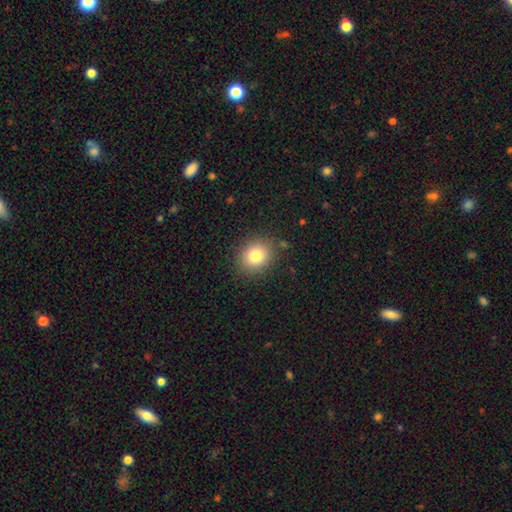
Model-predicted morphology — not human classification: smooth_or_featured: smooth (p=0.80) [alt: star or artifact p=0.11]
how_rounded: round (p=0.68) [alt: in between p=0.32]
merging: none (p=0.86) [alt: minor disturbance p=0.09]